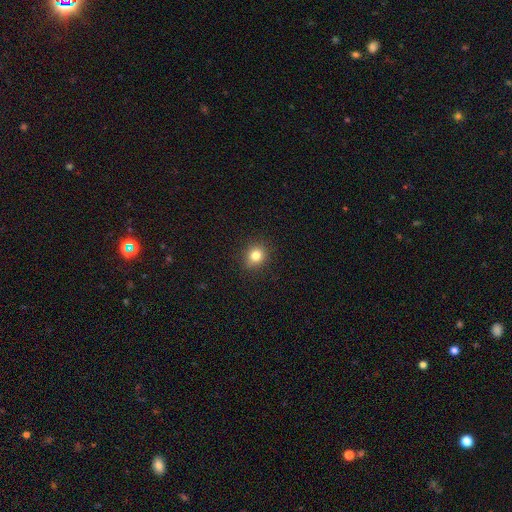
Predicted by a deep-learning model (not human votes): smooth-or-featured: smooth: 81% | star or artifact: 12% | featured or disk: 7%
  how-rounded: round: 77% | in between: 22% | cigar-shaped: 1%
  merging: none: 89% | minor disturbance: 8% | major disturbance: 2% | merger: 1%